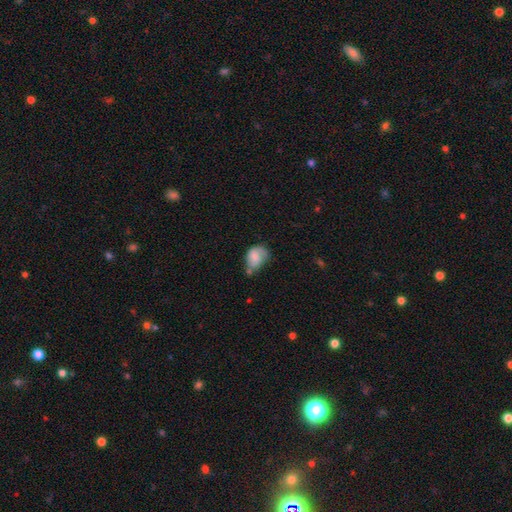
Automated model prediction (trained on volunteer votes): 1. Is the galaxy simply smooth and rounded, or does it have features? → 74% smooth, 18% featured or disk, 8% star or artifact.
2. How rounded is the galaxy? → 67% in between, 32% round, 1% cigar-shaped.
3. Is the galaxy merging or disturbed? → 37% minor disturbance, 32% none, 17% major disturbance, 14% merger.